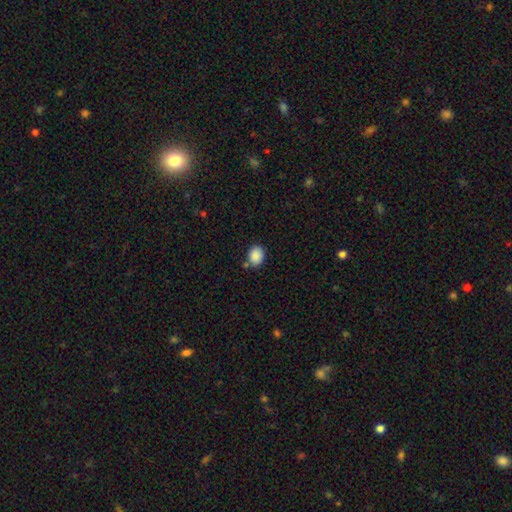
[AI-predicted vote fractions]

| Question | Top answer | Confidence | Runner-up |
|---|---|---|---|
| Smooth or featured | smooth | 89% | star or artifact (8%) |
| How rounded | in between | 60% | round (40%) |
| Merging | none | 77% | minor disturbance (13%) |